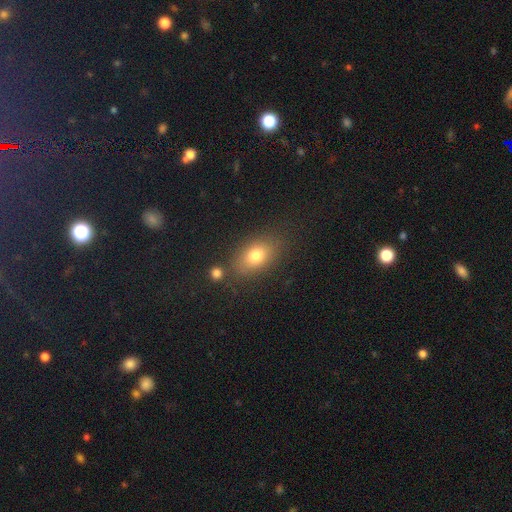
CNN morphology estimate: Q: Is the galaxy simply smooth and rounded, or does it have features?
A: smooth — 78%.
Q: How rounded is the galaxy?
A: in between — 82%.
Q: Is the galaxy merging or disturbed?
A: none — 77%.